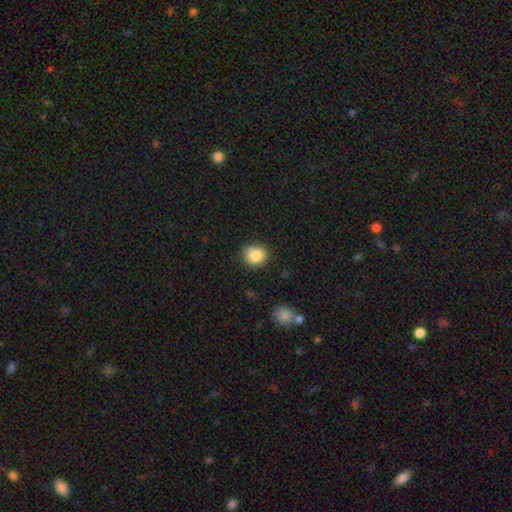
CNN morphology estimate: A smooth galaxy with no disk features (86%) that is round (76%).

Vote fractions:
- Smooth or featured? smooth: 86% / star or artifact: 9% / featured or disk: 5%
- How rounded? round: 76% / in between: 24% / cigar-shaped: 1%
- Merging? none: 86% / minor disturbance: 10% / major disturbance: 2% / merger: 1%